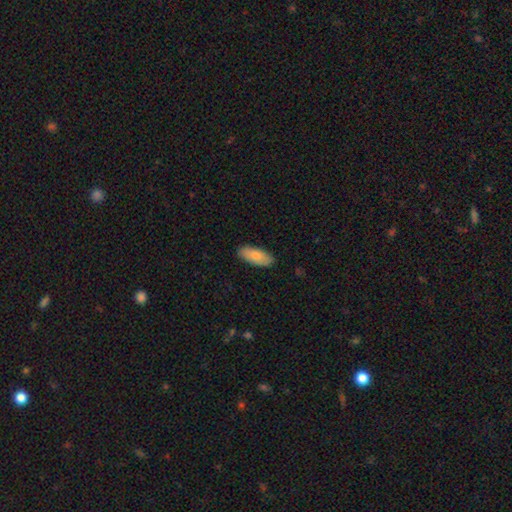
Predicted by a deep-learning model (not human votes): Q: Smooth or featured?
A: smooth (81%); runner-up: featured or disk (13%)
Q: How rounded?
A: in between (84%); runner-up: cigar-shaped (14%)
Q: Merging?
A: none (87%); runner-up: minor disturbance (10%)